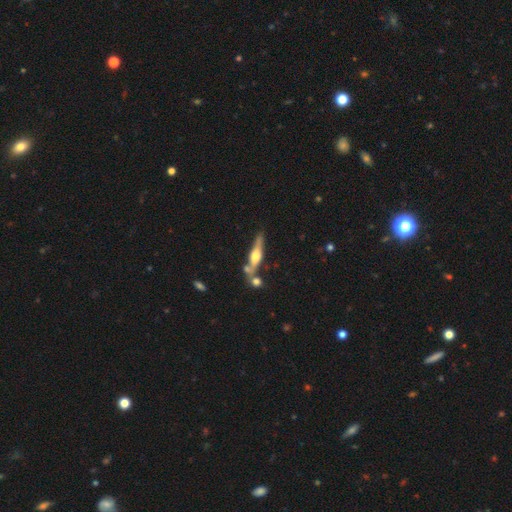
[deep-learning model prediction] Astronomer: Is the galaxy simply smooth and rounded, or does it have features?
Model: featured or disk — 65%.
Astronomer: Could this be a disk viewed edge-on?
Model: yes — 92%.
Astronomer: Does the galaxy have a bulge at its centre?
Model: rounded — 90%.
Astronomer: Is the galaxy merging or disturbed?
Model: none — 59%.